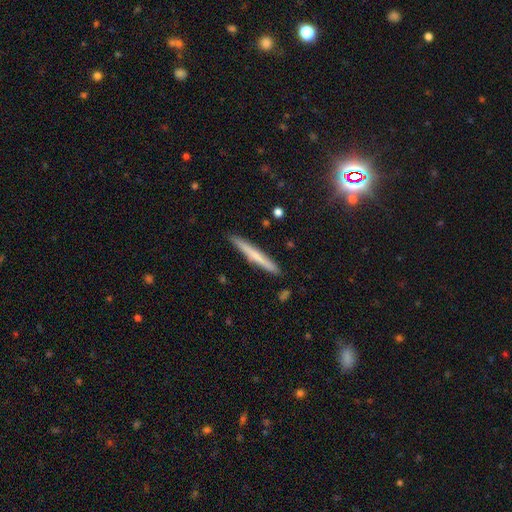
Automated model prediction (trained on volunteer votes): smooth-or-featured: smooth: 55% | featured or disk: 38% | star or artifact: 7%
  how-rounded: cigar-shaped: 96% | in between: 2% | round: 1%
  merging: none: 90% | minor disturbance: 7% | major disturbance: 1% | merger: 1%